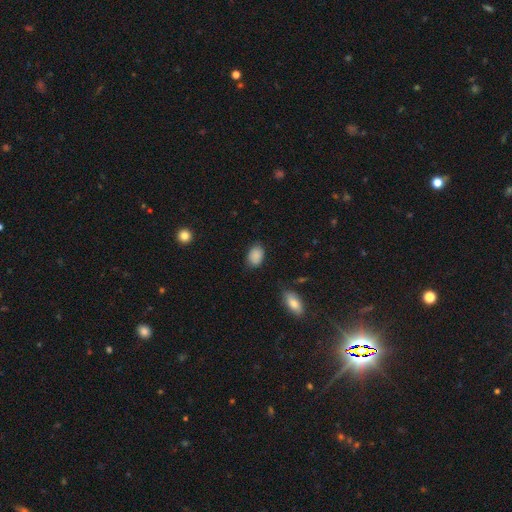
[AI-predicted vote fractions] Overall: smooth (88%). How rounded: in between (82%). Merging: none (81%).